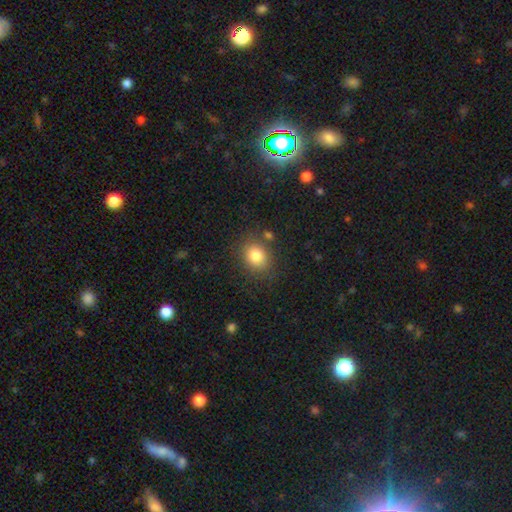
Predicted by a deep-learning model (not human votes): This appears to be a smooth galaxy with no disk features (82%) that is round (59%). Merging: none (80%).